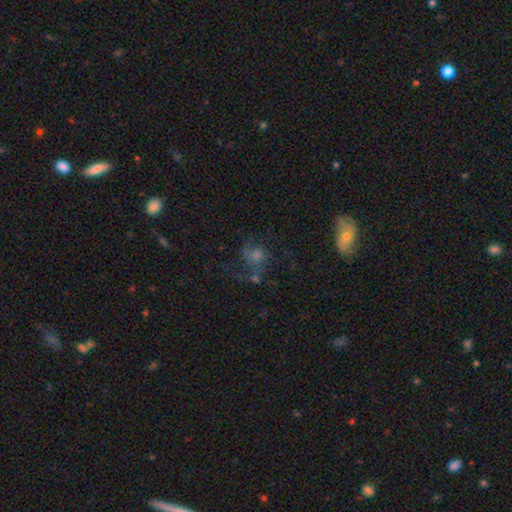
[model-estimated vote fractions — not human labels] smooth-or-featured: featured or disk: 52% | smooth: 26% | star or artifact: 21%
  disk-edge-on: no: 96% | yes: 4%
    bar: no: 74% | weak: 22% | strong: 4%
    has-spiral-arms: yes: 81% | no: 19%
    bulge-size: moderate: 43% | small: 31% | large: 11% | none: 11% | dominant: 3%
  merging: none: 54% | major disturbance: 20% | minor disturbance: 17% | merger: 9%